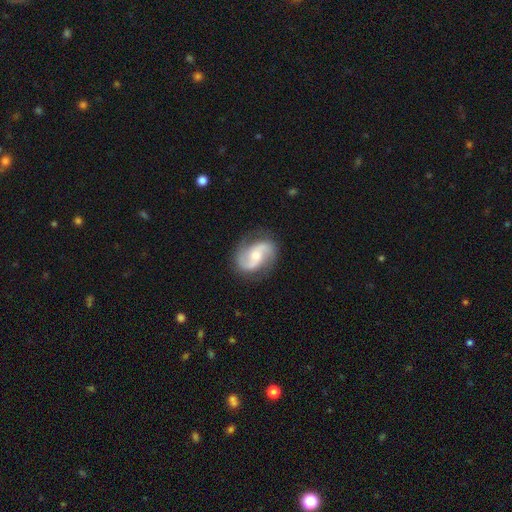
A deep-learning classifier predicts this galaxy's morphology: Smooth or featured? Predicted: featured or disk (p=0.85). Edge-on disk? Predicted: no (p=0.98). Bar? Predicted: no (p=0.48). Spiral arms? Predicted: yes (p=0.97). Spiral winding? Predicted: medium (p=0.47). Spiral arm count? Predicted: 2 (p=0.93). Bulge size? Predicted: moderate (p=0.55). Merging? Predicted: none (p=0.81).